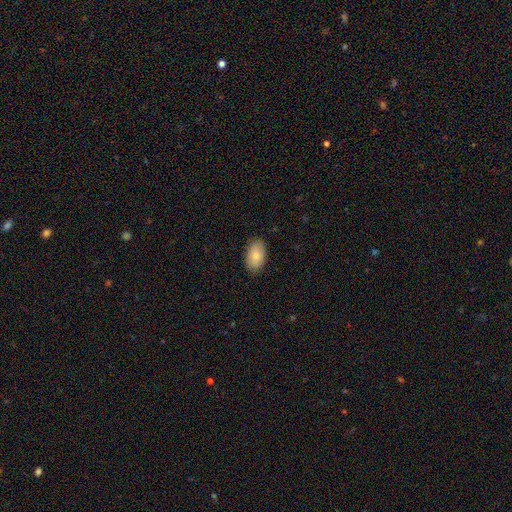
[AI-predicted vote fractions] Morphology: type=smooth (82%); roundness=in between (93%); merging=none (87%).